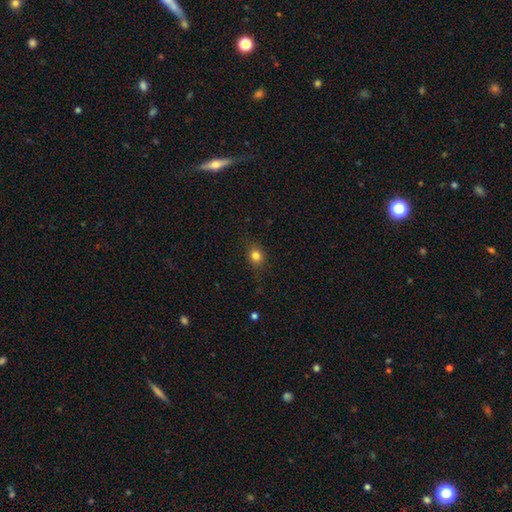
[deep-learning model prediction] A smooth galaxy with no disk features (81%) that is round (68%).

Vote fractions:
- Smooth or featured? smooth: 81% / star or artifact: 13% / featured or disk: 7%
- How rounded? round: 68% / in between: 31% / cigar-shaped: 1%
- Merging? none: 81% / minor disturbance: 14% / major disturbance: 4% / merger: 1%